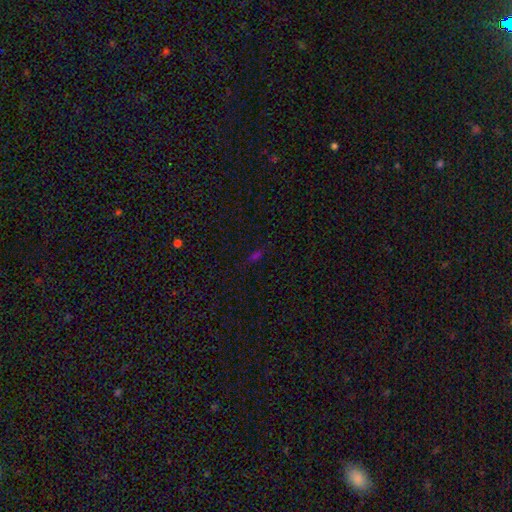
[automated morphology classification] Smooth or featured? Predicted: smooth (p=0.60). How rounded? Predicted: in between (p=0.74). Merging? Predicted: none (p=0.77).